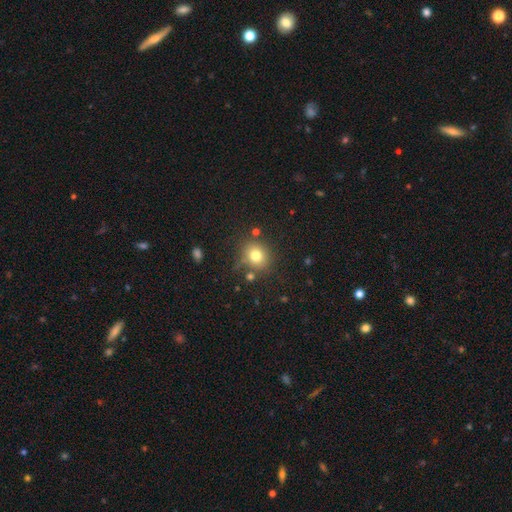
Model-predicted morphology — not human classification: Smooth or featured?
  - smooth: 77% *
  - star or artifact: 14%
  - featured or disk: 10%
How rounded?
  - round: 82% *
  - in between: 17%
  - cigar-shaped: 1%
Merging?
  - none: 76% *
  - minor disturbance: 13%
  - merger: 6%
  - major disturbance: 5%